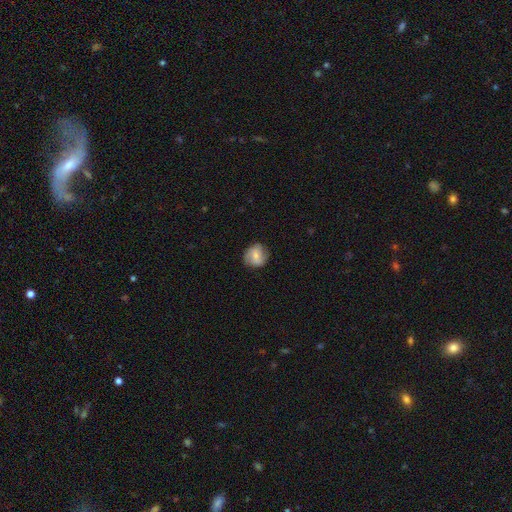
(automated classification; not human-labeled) smooth_or_featured: smooth (p=0.61) [alt: featured or disk p=0.31]
how_rounded: round (p=0.79) [alt: in between p=0.19]
merging: none (p=0.78) [alt: minor disturbance p=0.16]